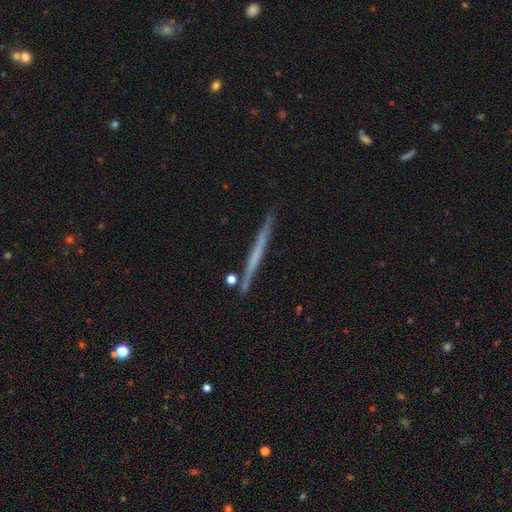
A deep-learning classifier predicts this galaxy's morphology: Smooth or featured? featured or disk (55%)
Edge-on disk? yes (97%)
Edge-on bulge? none (89%)
Merging? none (88%)